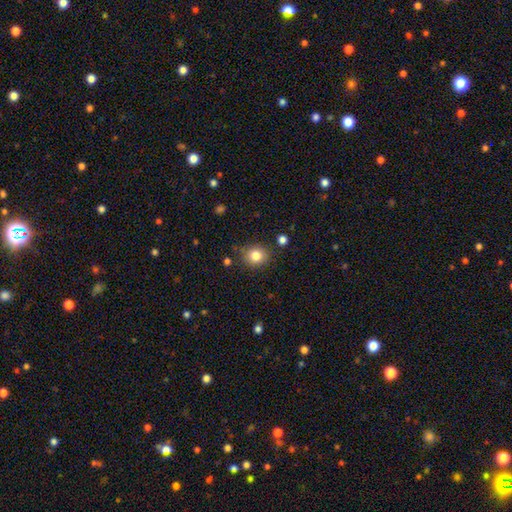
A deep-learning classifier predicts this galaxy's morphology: This appears to be a smooth galaxy with no disk features (82%) that is round (80%). Merging: none (83%).